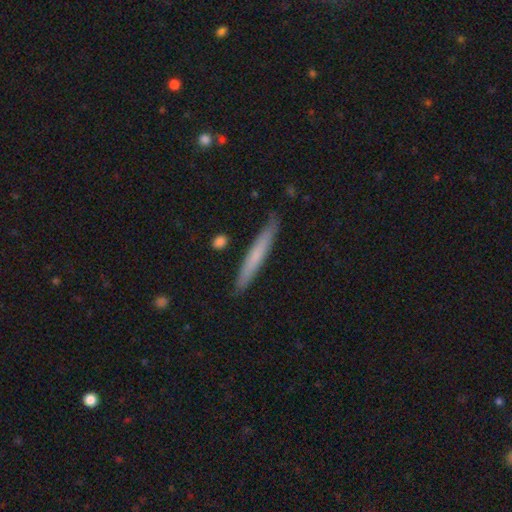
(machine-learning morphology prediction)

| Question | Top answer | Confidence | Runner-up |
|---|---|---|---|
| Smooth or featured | smooth | 63% | featured or disk (31%) |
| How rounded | cigar-shaped | 96% | in between (3%) |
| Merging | none | 88% | minor disturbance (9%) |